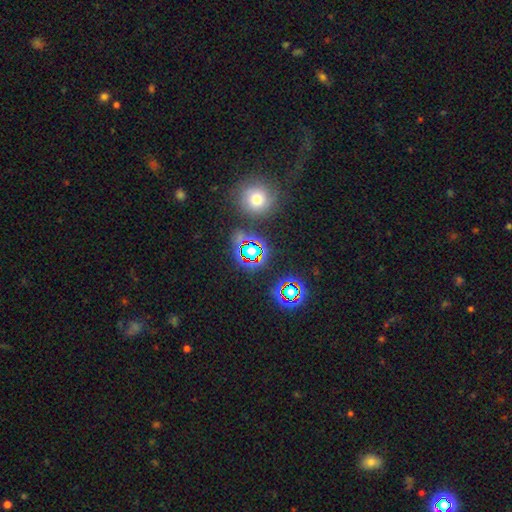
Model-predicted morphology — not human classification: Smooth or featured?
  - star or artifact: 66% *
  - smooth: 23%
  - featured or disk: 11%